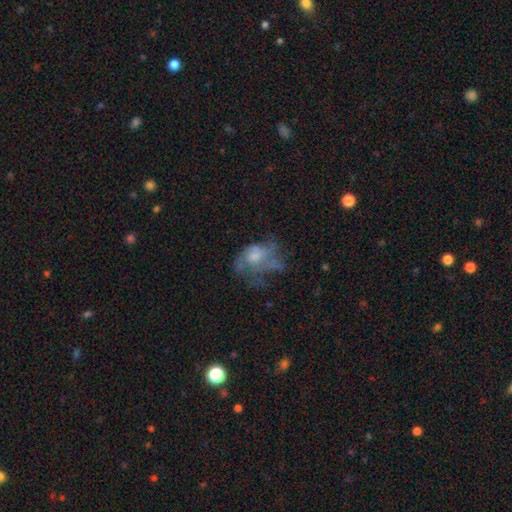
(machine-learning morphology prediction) Overall: featured or disk (53%; smooth 33%). Edge-on disk: no (97%). Bar: no (81%). Spiral arms: no (59%; yes 41%). Bulge size: moderate (40%; small 26%). Merging: major disturbance (39%; none 36%).